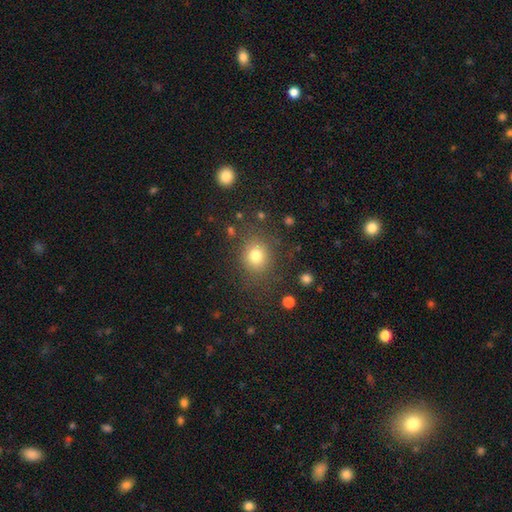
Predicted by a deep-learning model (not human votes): smooth 78%, star or artifact 14%, featured or disk 8%. Down the decision tree: how rounded — round (79%); merging — none (81%).